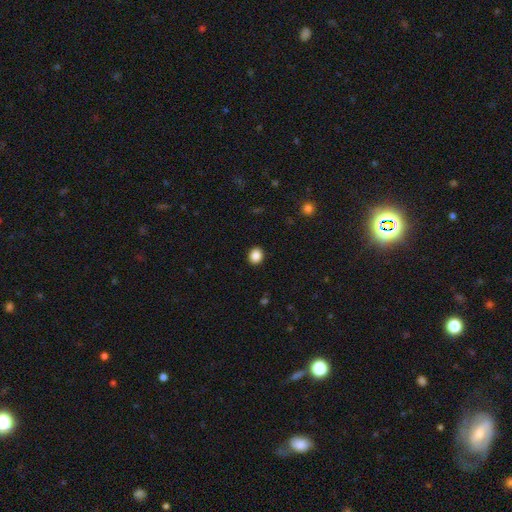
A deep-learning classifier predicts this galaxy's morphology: A smooth galaxy with no disk features (88%) that is round (69%). Merging: none (92%).